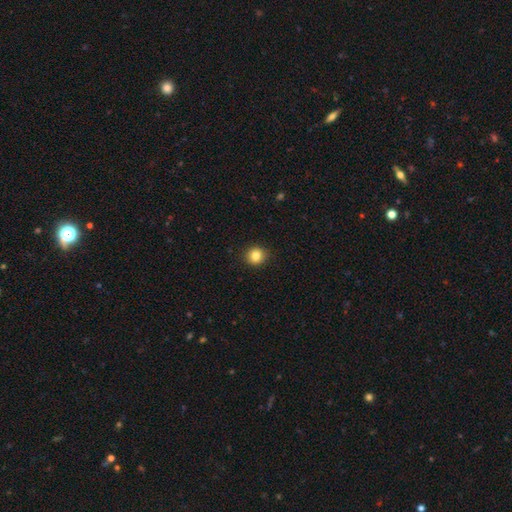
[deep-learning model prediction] The model was most divided on "smooth or featured": smooth: 83%, star or artifact: 10%, featured or disk: 7%. More confident: merging — none (91%); how rounded — round (88%).